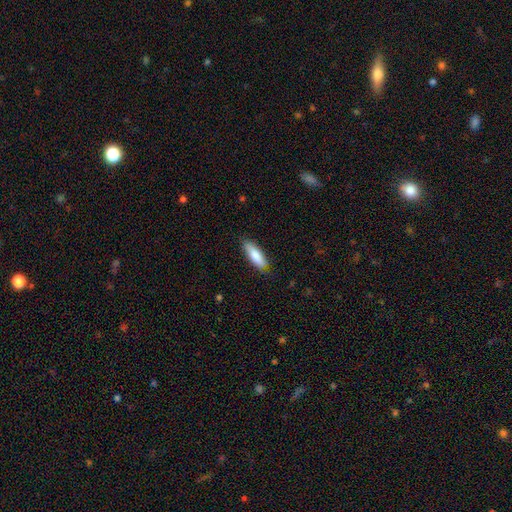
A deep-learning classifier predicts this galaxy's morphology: Smooth or featured? smooth (82%)
How rounded? in between (51%)
Merging? none (80%)